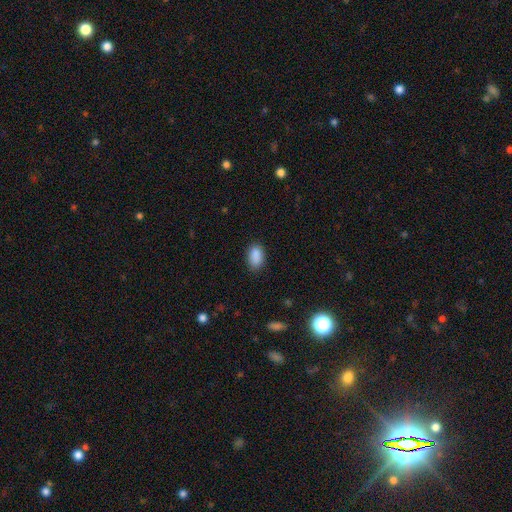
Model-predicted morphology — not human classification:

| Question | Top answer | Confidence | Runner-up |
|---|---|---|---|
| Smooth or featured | smooth | 89% | star or artifact (8%) |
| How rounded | in between | 91% | round (7%) |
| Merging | none | 83% | minor disturbance (13%) |